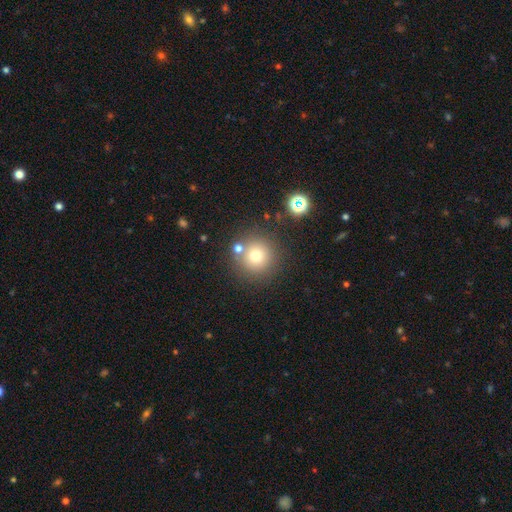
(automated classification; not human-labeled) Smooth or featured?
  - smooth: 73% *
  - star or artifact: 16%
  - featured or disk: 11%
How rounded?
  - round: 95% *
  - in between: 4%
  - cigar-shaped: 1%
Merging?
  - none: 79% *
  - merger: 10%
  - minor disturbance: 8%
  - major disturbance: 3%